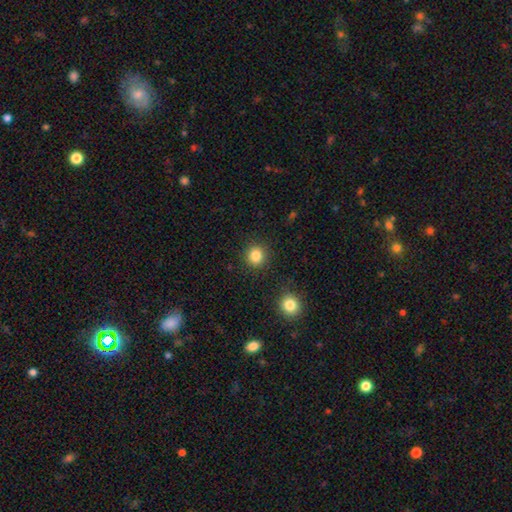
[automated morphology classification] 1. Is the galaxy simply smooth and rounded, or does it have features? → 84% smooth, 11% star or artifact, 5% featured or disk.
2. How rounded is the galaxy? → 89% round, 10% in between, 1% cigar-shaped.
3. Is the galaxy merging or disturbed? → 90% none, 6% minor disturbance, 2% major disturbance, 2% merger.